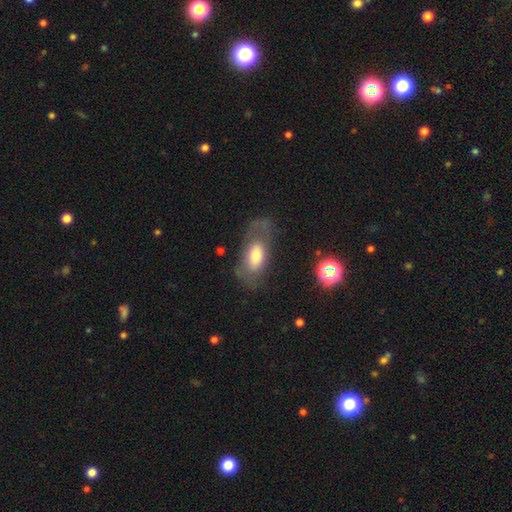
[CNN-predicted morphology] Smooth or featured: smooth — 54% (featured or disk — 38%)
How rounded: in between — 89% (cigar-shaped — 6%)
Merging: none — 55% (minor disturbance — 21%)